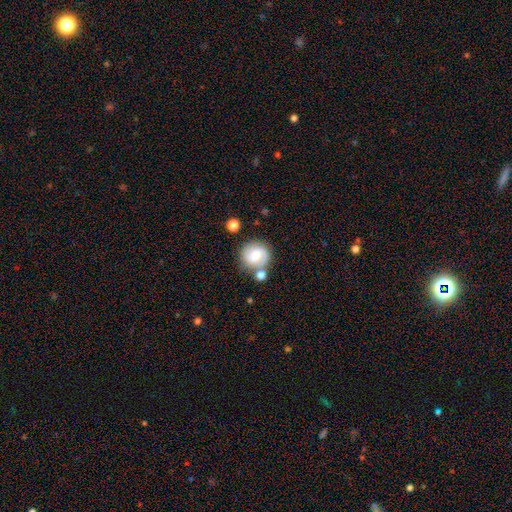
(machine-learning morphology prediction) A smooth galaxy with no disk features (47%).

Vote fractions:
- Smooth or featured? smooth: 47% / featured or disk: 45% / star or artifact: 8%
- Merging? none: 67% / minor disturbance: 15% / merger: 13% / major disturbance: 5%